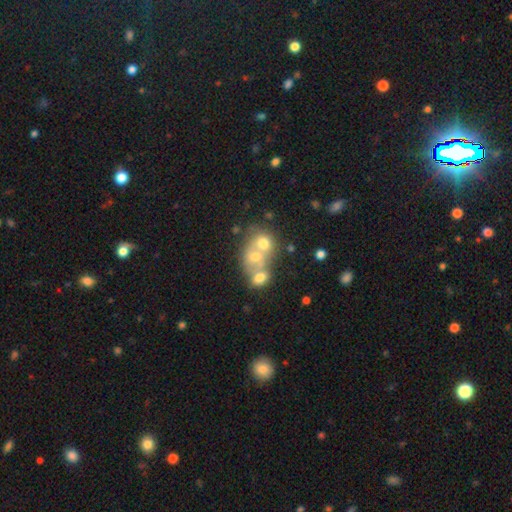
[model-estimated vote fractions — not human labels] Smooth or featured? smooth (55%)
How rounded? round (61%)
Merging? merger (66%)